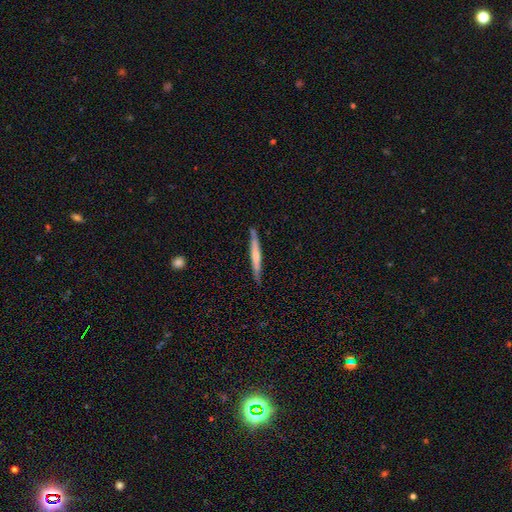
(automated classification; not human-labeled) Morphology: type=smooth (51%); roundness=cigar-shaped (95%); merging=none (80%).